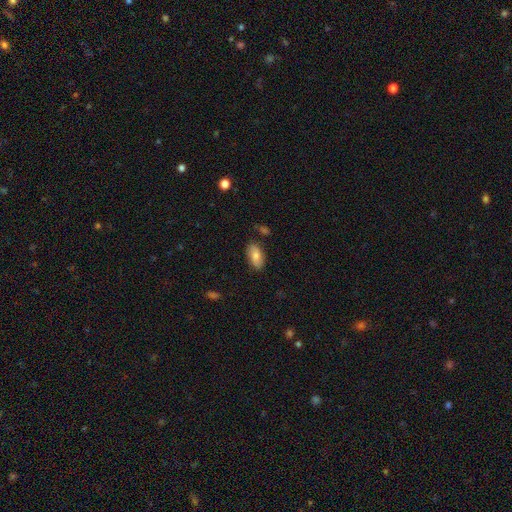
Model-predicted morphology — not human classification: Q: Smooth or featured?
A: smooth (78%); runner-up: featured or disk (15%)
Q: How rounded?
A: in between (93%); runner-up: cigar-shaped (4%)
Q: Merging?
A: none (82%); runner-up: minor disturbance (13%)